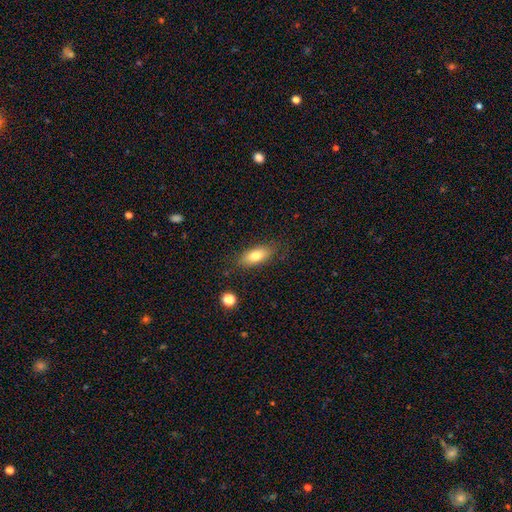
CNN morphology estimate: This appears to be a smooth galaxy with no disk features (78%) that is in between round and cigar-shaped (80%). Merging: none (81%).